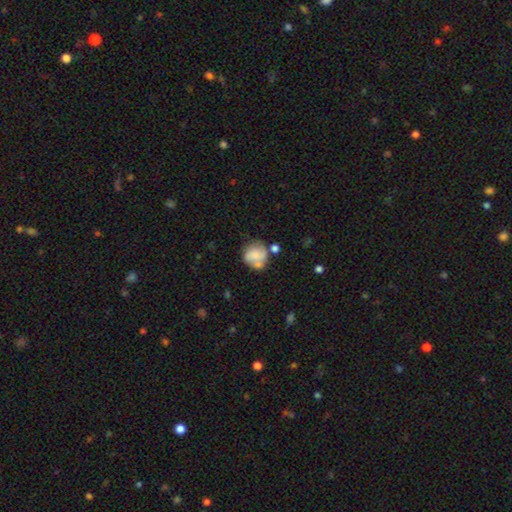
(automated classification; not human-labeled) A smooth galaxy with no disk features (69%) that is round (78%). Merging: none (46%).